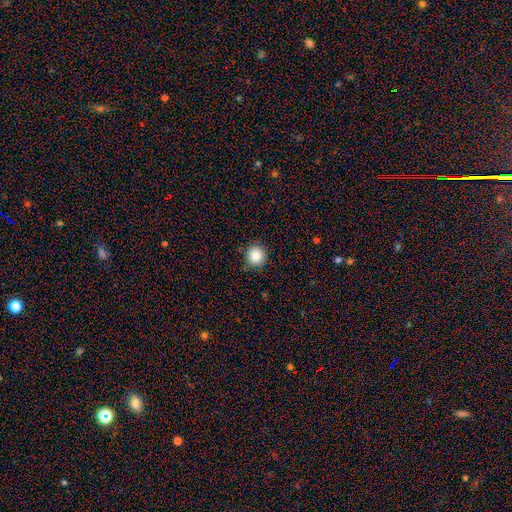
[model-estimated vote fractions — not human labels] Smooth or featured: smooth — 84% (star or artifact — 10%)
How rounded: round — 93% (in between — 6%)
Merging: none — 88% (minor disturbance — 9%)